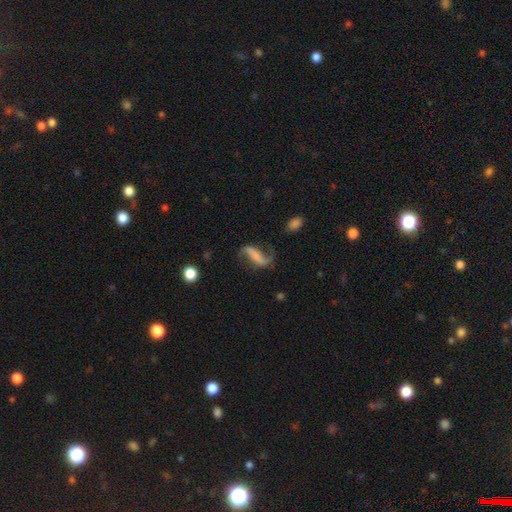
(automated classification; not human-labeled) This is likely a featured or disk galaxy (65%). It is clearly not viewed edge-on (91%). Bar: marginally strong (45%). Spiral arm pattern: clearly yes (86%). Spiral arm count: clearly 2 (85%). Spiral winding: clearly loose (86%). Central bulge: likely none (61%). Merging: possibly none (57%).